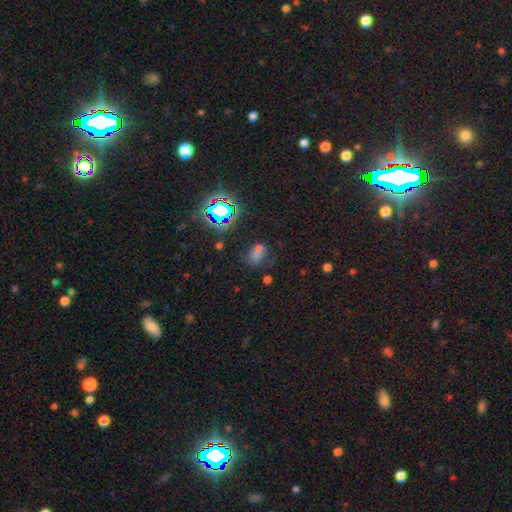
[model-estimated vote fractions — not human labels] Smooth or featured?
  - star or artifact: 46% *
  - smooth: 42%
  - featured or disk: 12%